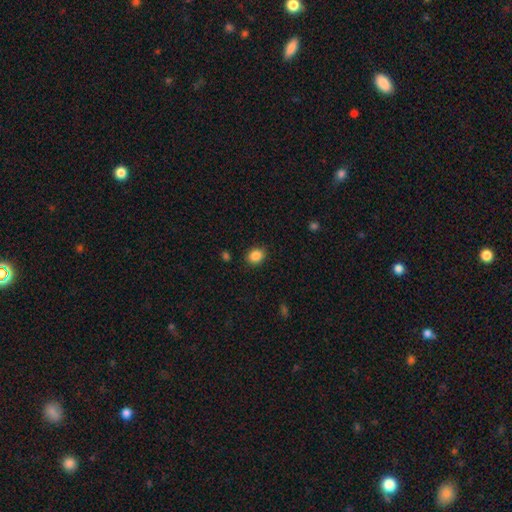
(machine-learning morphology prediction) Smooth or featured? smooth (87%)
How rounded? round (53%)
Merging? none (88%)